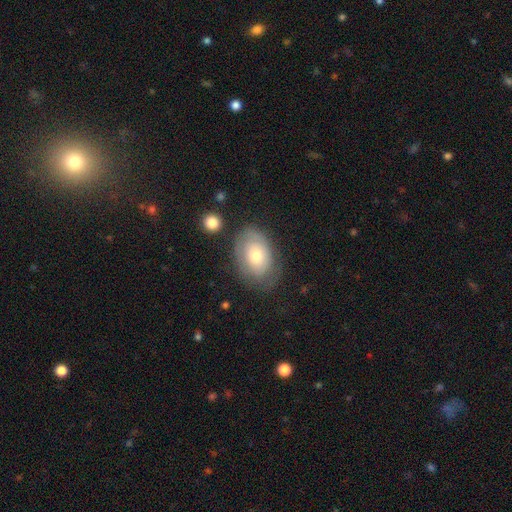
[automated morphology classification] smooth-or-featured: smooth: 58% | featured or disk: 34% | star or artifact: 8%
  how-rounded: in between: 82% | round: 17% | cigar-shaped: 1%
  merging: none: 67% | minor disturbance: 22% | major disturbance: 8% | merger: 3%